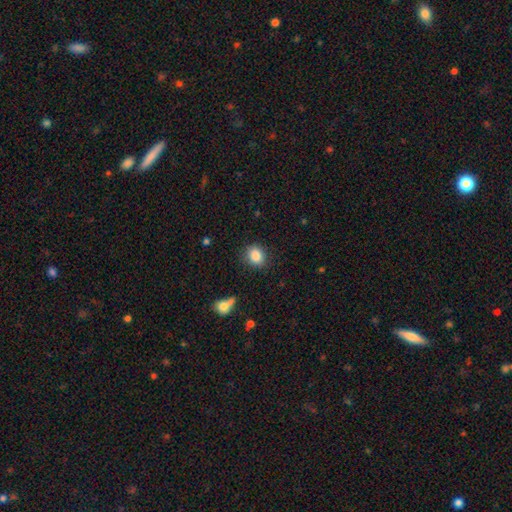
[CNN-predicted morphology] The model was most divided on "how rounded": round: 60%, in between: 38%, cigar-shaped: 1%. More confident: smooth or featured — smooth (86%); merging — none (84%).